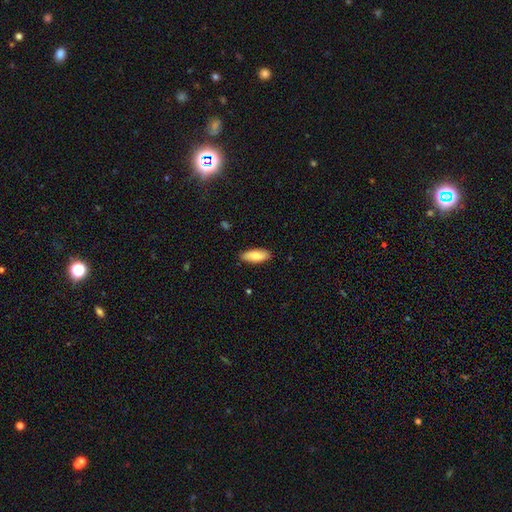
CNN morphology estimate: A smooth galaxy with no disk features (80%) that is in between round and cigar-shaped (80%). Merging: none (87%).